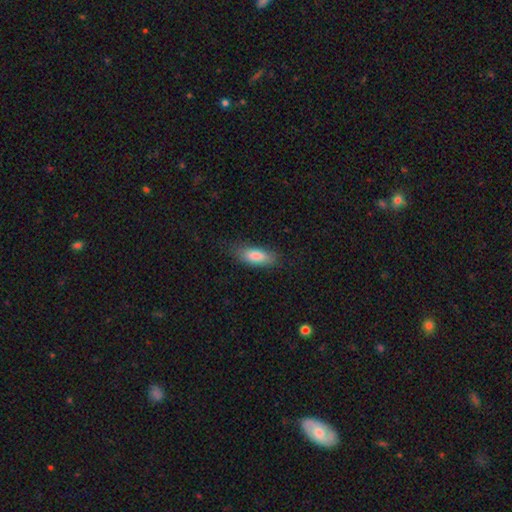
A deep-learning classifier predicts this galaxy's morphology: Smooth or featured? Predicted: smooth (p=0.84). How rounded? Predicted: in between (p=0.73). Merging? Predicted: none (p=0.76).